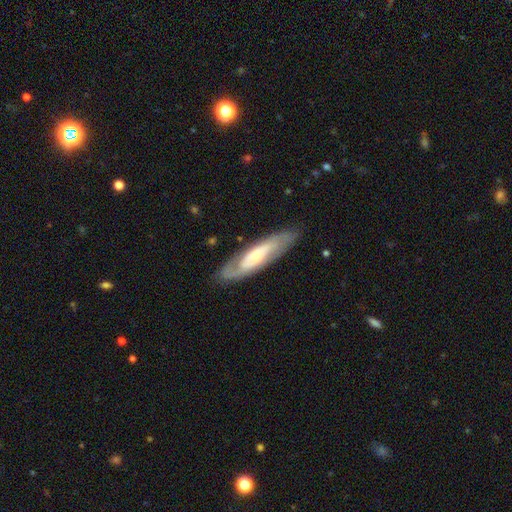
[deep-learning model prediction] Smooth or featured? featured or disk (72%)
Edge-on disk? no (78%)
Bar? no (55%)
Spiral arms? yes (86%)
Bulge size? small (55%)
Merging? none (79%)